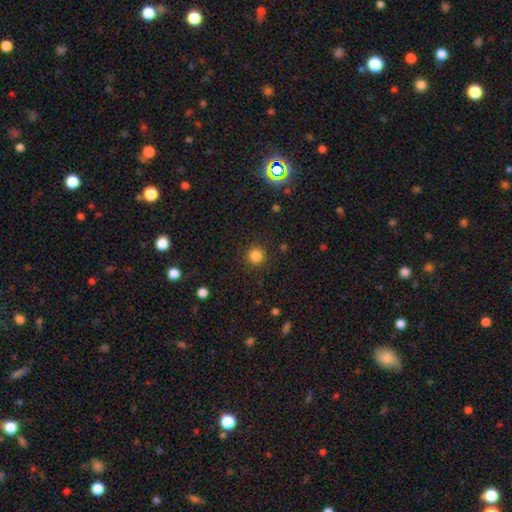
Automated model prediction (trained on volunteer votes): This is clearly a smooth galaxy (84%). How rounded: clearly round (94%). Merging: clearly none (91%).